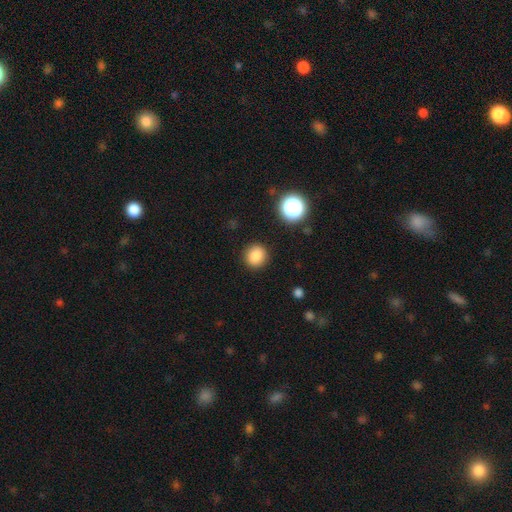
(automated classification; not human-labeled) A smooth galaxy with no disk features (84%) that is round (86%).

Vote fractions:
- Smooth or featured? smooth: 84% / star or artifact: 11% / featured or disk: 5%
- How rounded? round: 86% / in between: 13% / cigar-shaped: 1%
- Merging? none: 90% / minor disturbance: 6% / major disturbance: 2% / merger: 1%